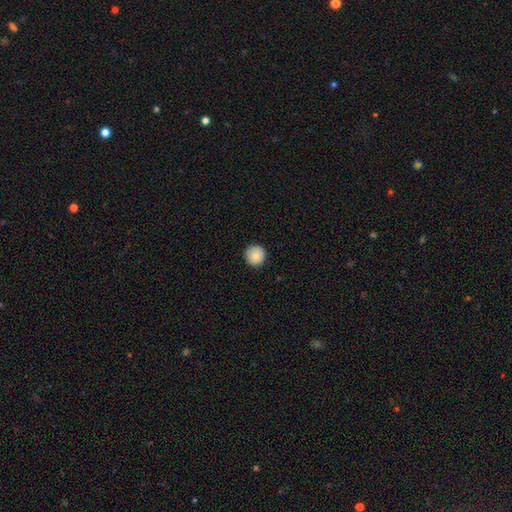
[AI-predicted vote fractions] A smooth galaxy with no disk features (82%) that is round (96%).

Vote fractions:
- Smooth or featured? smooth: 82% / featured or disk: 10% / star or artifact: 8%
- How rounded? round: 96% / in between: 3% / cigar-shaped: 1%
- Merging? none: 91% / minor disturbance: 7% / major disturbance: 2% / merger: 1%